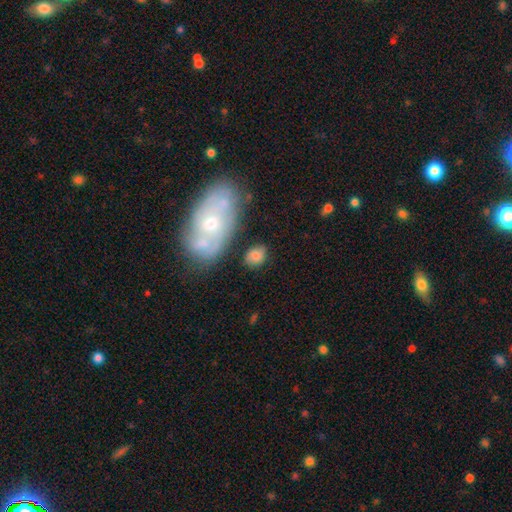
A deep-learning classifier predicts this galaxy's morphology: smooth-or-featured: smooth: 76% | featured or disk: 15% | star or artifact: 9%
  how-rounded: in between: 62% | round: 37% | cigar-shaped: 2%
  merging: none: 72% | minor disturbance: 15% | merger: 8% | major disturbance: 5%